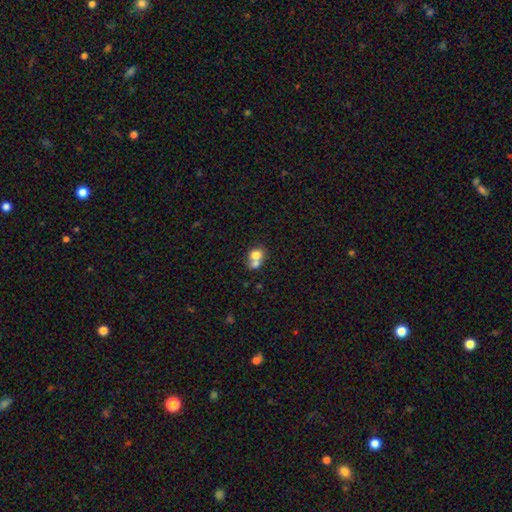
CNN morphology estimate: type=smooth (72%); roundness=round (61%); merging=merger (66%).